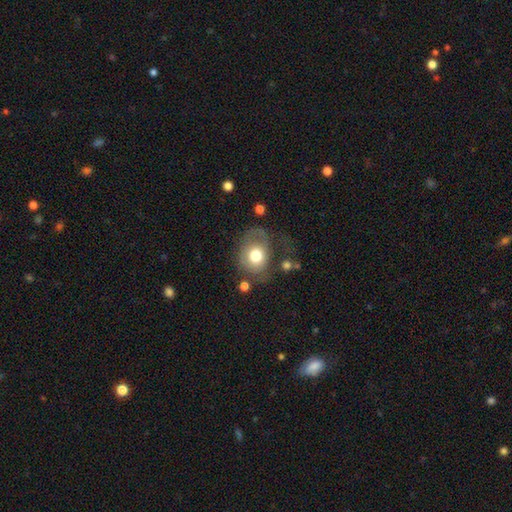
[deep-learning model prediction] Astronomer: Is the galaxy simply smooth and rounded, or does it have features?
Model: smooth — 69%.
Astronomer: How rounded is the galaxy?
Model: round — 54% (runner-up: in between, 45%).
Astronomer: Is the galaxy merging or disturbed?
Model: none — 44% (runner-up: major disturbance, 26%).